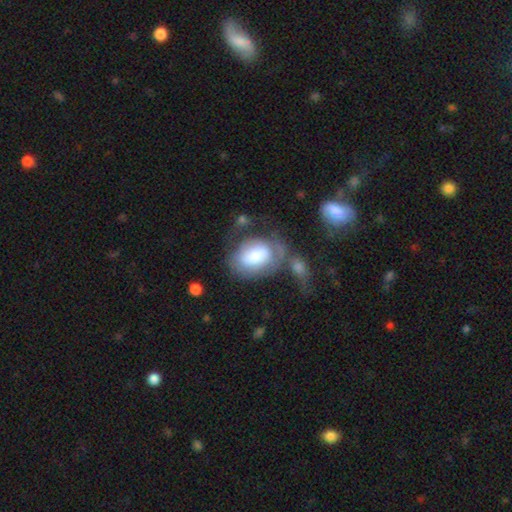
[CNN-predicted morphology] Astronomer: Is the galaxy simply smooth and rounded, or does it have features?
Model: smooth — 59% (runner-up: featured or disk, 34%).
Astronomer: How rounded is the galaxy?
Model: in between — 80%.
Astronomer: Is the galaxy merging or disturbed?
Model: none — 34% (runner-up: major disturbance, 24%).